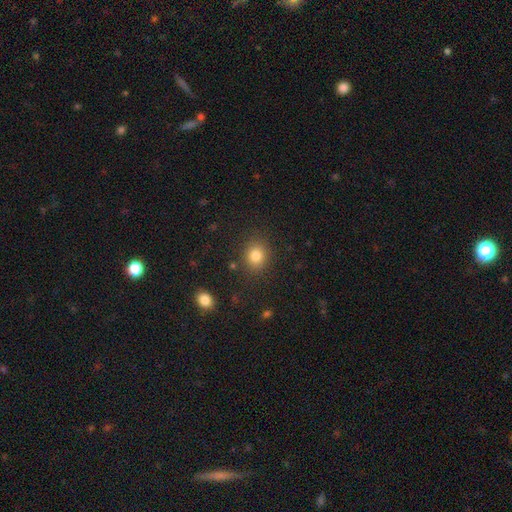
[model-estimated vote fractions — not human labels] Smooth or featured: smooth — 82% (star or artifact — 12%)
How rounded: round — 74% (in between — 25%)
Merging: none — 85% (minor disturbance — 9%)